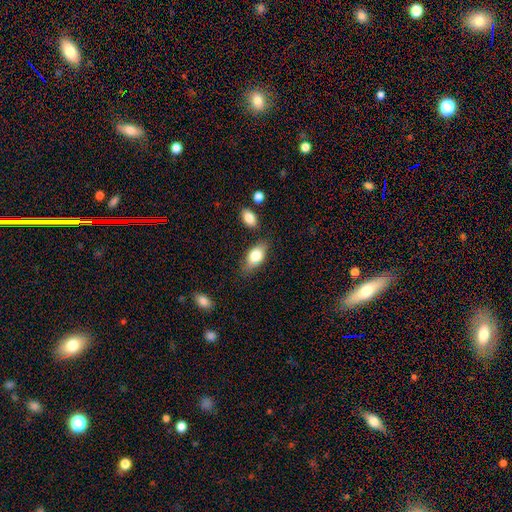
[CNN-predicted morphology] smooth-or-featured: smooth: 76% | featured or disk: 17% | star or artifact: 7%
  how-rounded: in between: 86% | cigar-shaped: 7% | round: 7%
  merging: none: 72% | minor disturbance: 18% | merger: 5% | major disturbance: 5%